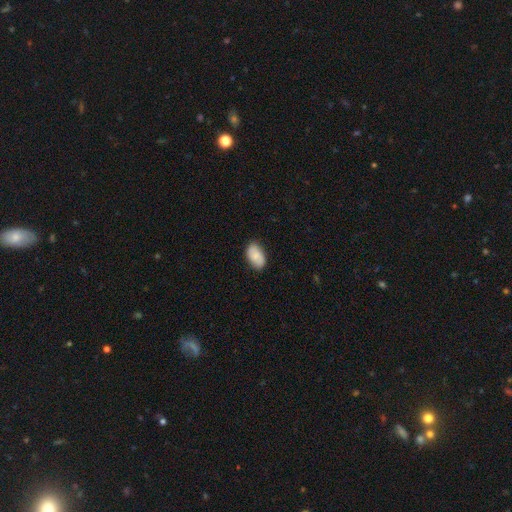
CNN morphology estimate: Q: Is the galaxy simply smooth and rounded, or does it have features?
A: smooth — 76%.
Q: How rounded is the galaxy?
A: in between — 92%.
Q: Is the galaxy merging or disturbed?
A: none — 80%.